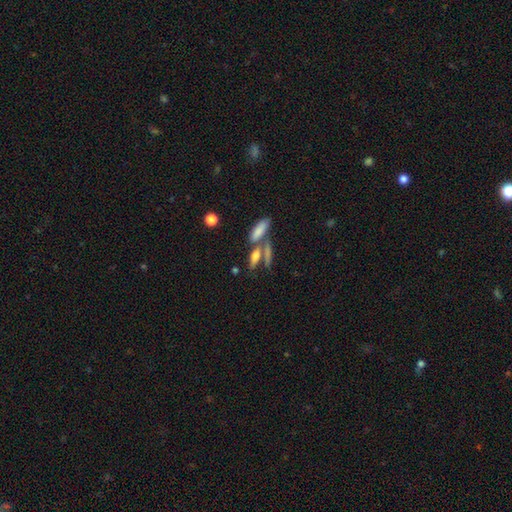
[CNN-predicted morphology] Smooth or featured?
  - smooth: 62% *
  - featured or disk: 27%
  - star or artifact: 11%
How rounded?
  - cigar-shaped: 50% *
  - in between: 46%
  - round: 4%
Merging?
  - none: 45% *
  - merger: 40%
  - minor disturbance: 10%
  - major disturbance: 5%